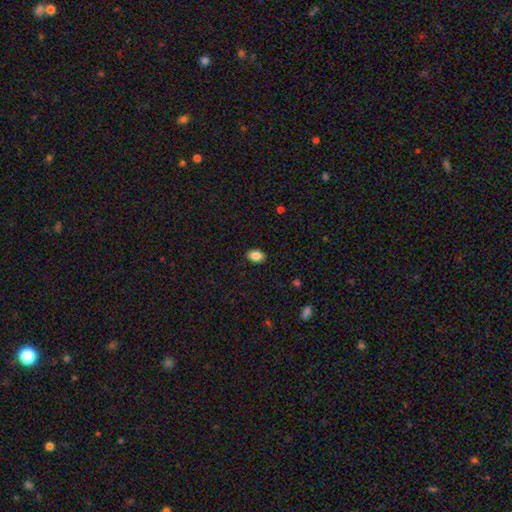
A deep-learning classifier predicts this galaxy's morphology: smooth 86%, star or artifact 9%, featured or disk 5%. Down the decision tree: how rounded — in between (83%); merging — none (89%).